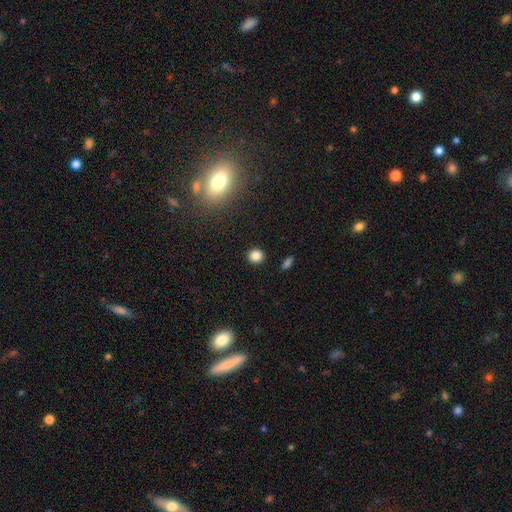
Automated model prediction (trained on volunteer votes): smooth-or-featured: smooth: 84% | star or artifact: 12% | featured or disk: 4%
  how-rounded: round: 88% | in between: 11% | cigar-shaped: 1%
  merging: none: 91% | minor disturbance: 5% | major disturbance: 2% | merger: 2%